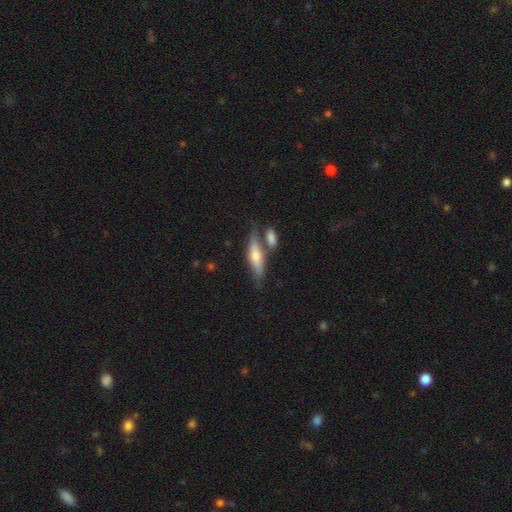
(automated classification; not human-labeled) Morphology: type=smooth (50%); merging=none (61%).